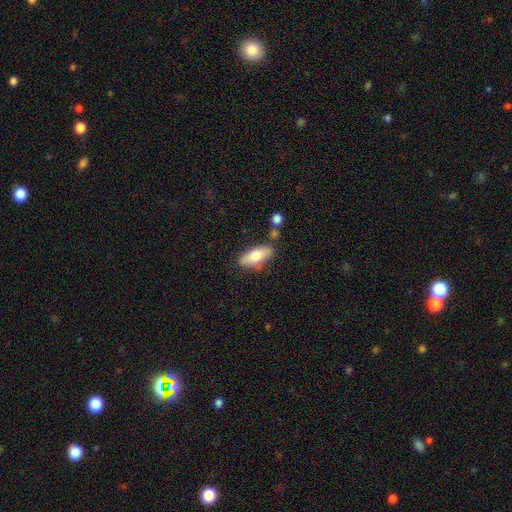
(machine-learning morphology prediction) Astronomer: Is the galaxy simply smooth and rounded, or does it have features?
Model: smooth — 72%.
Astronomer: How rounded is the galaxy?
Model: in between — 74%.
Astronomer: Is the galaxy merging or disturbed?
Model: none — 73%.